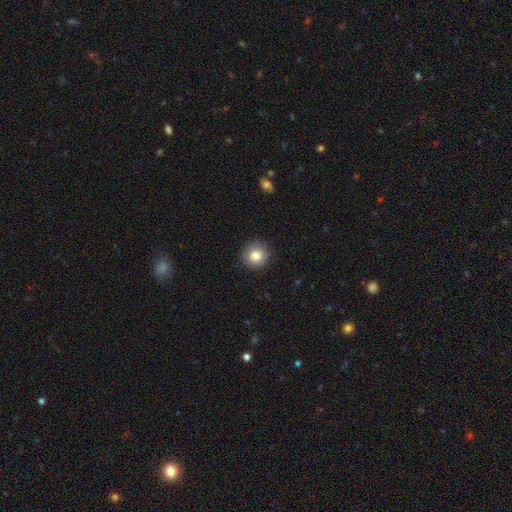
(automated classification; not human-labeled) A smooth galaxy with no disk features (84%) that is round (91%).

Vote fractions:
- Smooth or featured? smooth: 84% / star or artifact: 9% / featured or disk: 8%
- How rounded? round: 91% / in between: 8% / cigar-shaped: 1%
- Merging? none: 88% / minor disturbance: 9% / major disturbance: 2% / merger: 1%